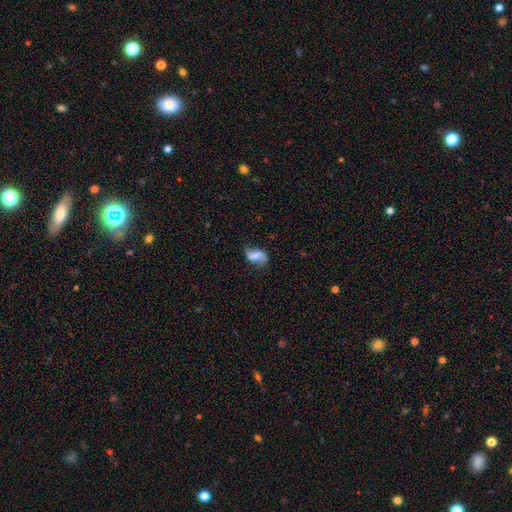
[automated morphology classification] smooth_or_featured: featured or disk (p=0.57) [alt: smooth p=0.34]
disk_edge_on: no (p=0.96) [alt: yes p=0.04]
bar: no (p=0.41) [alt: weak p=0.39]
has_spiral_arms: yes (p=0.89) [alt: no p=0.11]
bulge_size: none (p=0.33) [alt: small p=0.30]
merging: none (p=0.61) [alt: minor disturbance p=0.25]